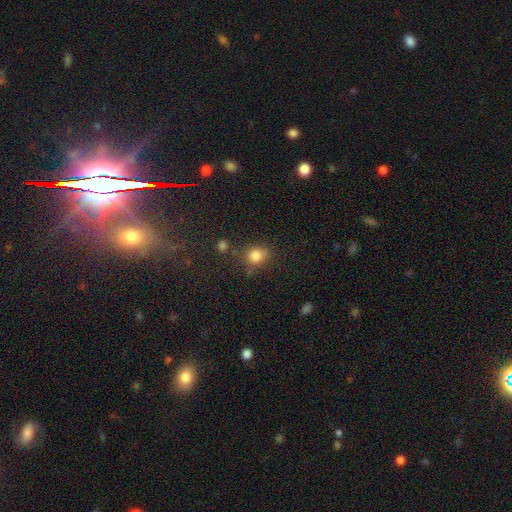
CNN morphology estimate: Smooth or featured: smooth — 82% (star or artifact — 12%)
How rounded: round — 68% (in between — 31%)
Merging: none — 70% (minor disturbance — 17%)